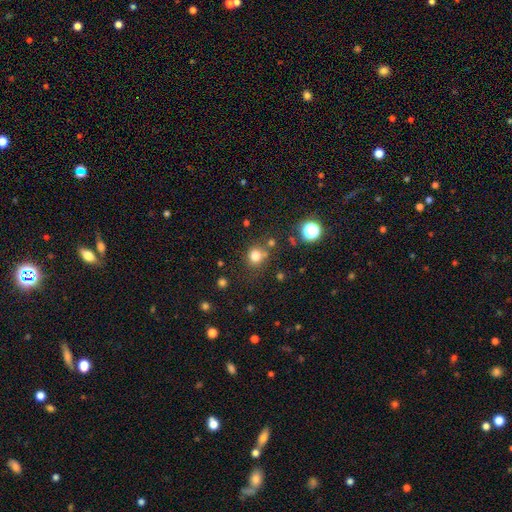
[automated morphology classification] Smooth or featured?
  - smooth: 77% *
  - star or artifact: 16%
  - featured or disk: 7%
How rounded?
  - round: 82% *
  - in between: 17%
  - cigar-shaped: 1%
Merging?
  - none: 67% *
  - minor disturbance: 14%
  - merger: 13%
  - major disturbance: 5%